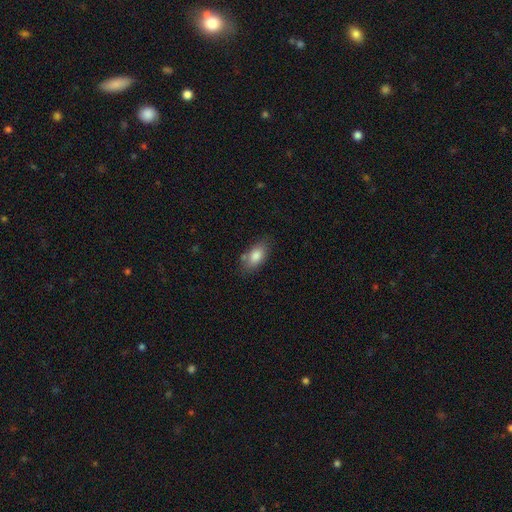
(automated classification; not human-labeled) A smooth galaxy with no disk features (83%) that is in between round and cigar-shaped (90%). Merging: none (71%).